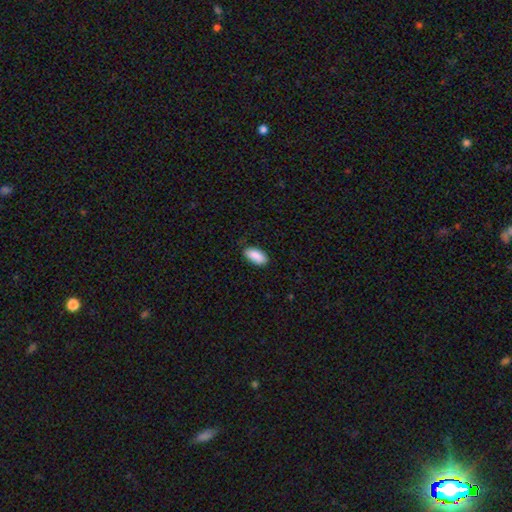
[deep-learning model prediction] smooth-or-featured: smooth: 89% | star or artifact: 6% | featured or disk: 4%
  how-rounded: in between: 93% | cigar-shaped: 5% | round: 2%
  merging: none: 80% | minor disturbance: 16% | major disturbance: 3% | merger: 1%